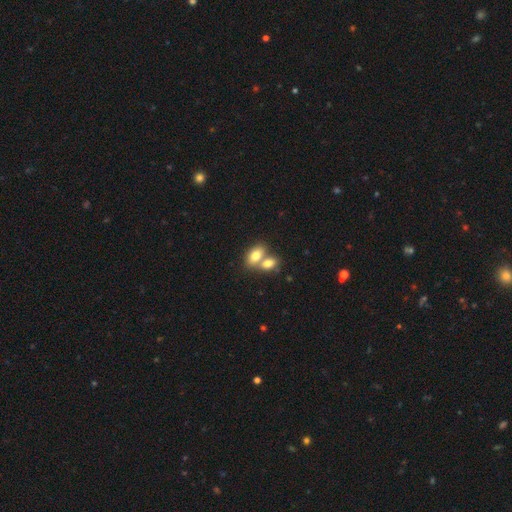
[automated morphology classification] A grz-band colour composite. It shows a smooth galaxy with no disk features (79%) that is in between round and cigar-shaped (87%). Merging: merger (61%).